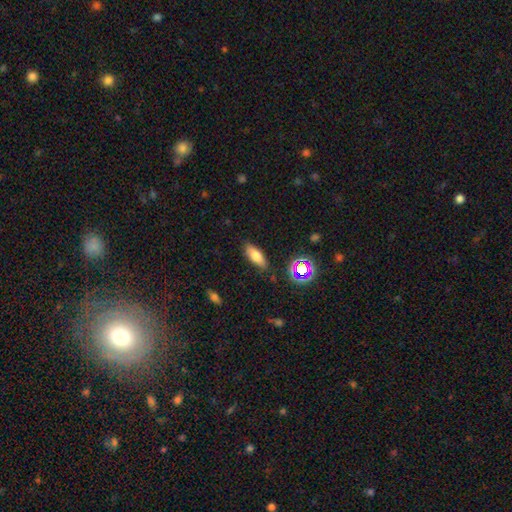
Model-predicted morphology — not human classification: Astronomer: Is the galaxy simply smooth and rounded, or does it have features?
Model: smooth — 73%.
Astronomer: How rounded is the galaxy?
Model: in between — 70%.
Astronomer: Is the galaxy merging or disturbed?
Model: none — 83%.